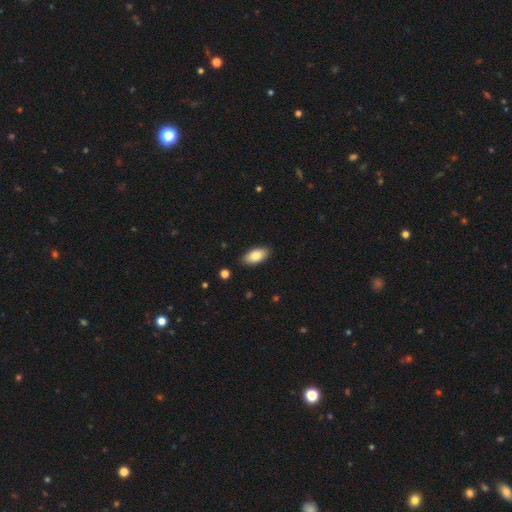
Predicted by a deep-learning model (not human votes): This appears to be a smooth galaxy with no disk features (81%) that is in between round and cigar-shaped (93%). Merging: none (87%).